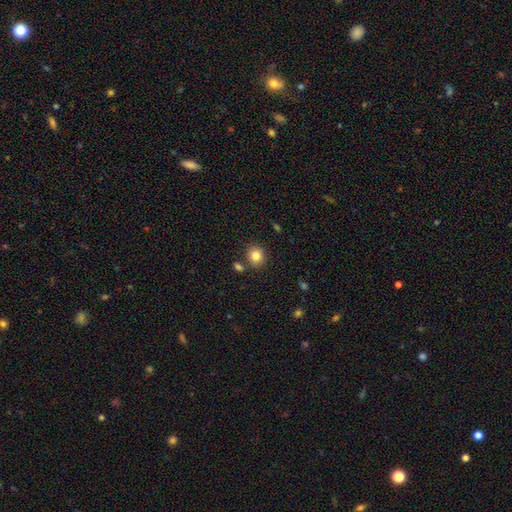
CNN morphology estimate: A smooth galaxy with no disk features (83%) that is round (82%).

Vote fractions:
- Smooth or featured? smooth: 83% / star or artifact: 10% / featured or disk: 6%
- How rounded? round: 82% / in between: 17% / cigar-shaped: 1%
- Merging? none: 82% / minor disturbance: 8% / merger: 7% / major disturbance: 3%